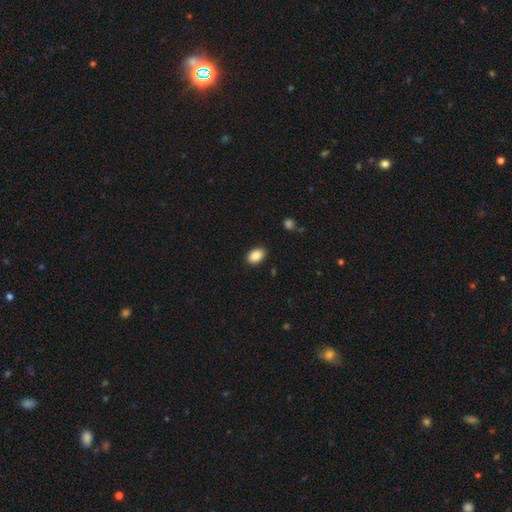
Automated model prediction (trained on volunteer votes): Smooth or featured: smooth — 88% (star or artifact — 8%)
How rounded: in between — 86% (round — 12%)
Merging: none — 88% (minor disturbance — 9%)